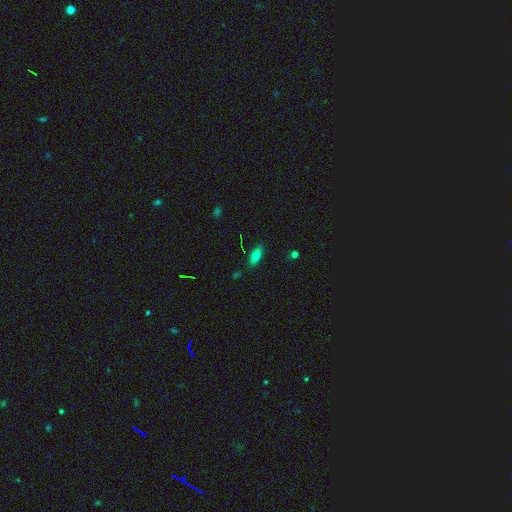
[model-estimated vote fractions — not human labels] A smooth galaxy with no disk features (73%) that is in between round and cigar-shaped (77%).

Vote fractions:
- Smooth or featured? smooth: 73% / featured or disk: 16% / star or artifact: 10%
- How rounded? in between: 77% / cigar-shaped: 19% / round: 4%
- Merging? none: 83% / minor disturbance: 13% / major disturbance: 3% / merger: 2%